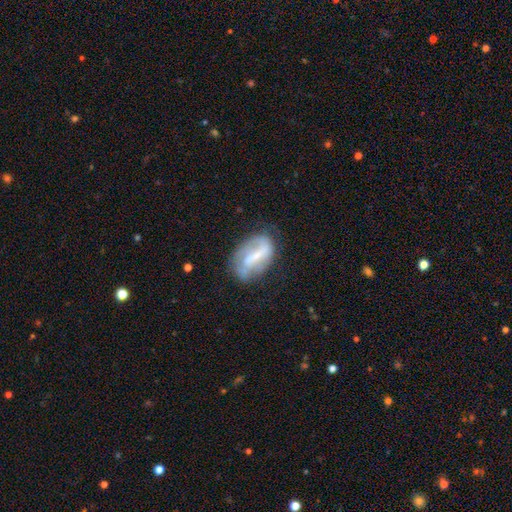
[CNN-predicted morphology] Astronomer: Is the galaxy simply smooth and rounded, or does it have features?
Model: featured or disk — 65%.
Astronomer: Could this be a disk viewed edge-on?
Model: no — 94%.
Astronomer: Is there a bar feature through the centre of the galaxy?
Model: strong — 50% (runner-up: weak, 34%).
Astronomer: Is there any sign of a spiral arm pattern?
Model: yes — 61% (runner-up: no, 39%).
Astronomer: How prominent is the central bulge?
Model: small — 51% (runner-up: moderate, 27%).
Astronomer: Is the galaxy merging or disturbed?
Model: none — 56%.